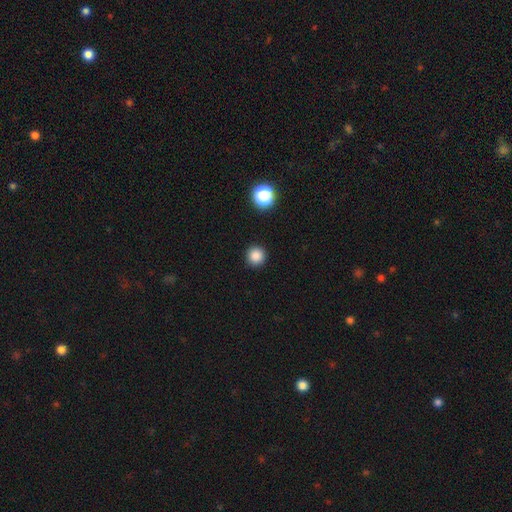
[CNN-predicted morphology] A smooth galaxy with no disk features (85%) that is round (95%).

Vote fractions:
- Smooth or featured? smooth: 85% / star or artifact: 12% / featured or disk: 3%
- How rounded? round: 95% / in between: 4% / cigar-shaped: 1%
- Merging? none: 92% / minor disturbance: 5% / major disturbance: 2% / merger: 1%